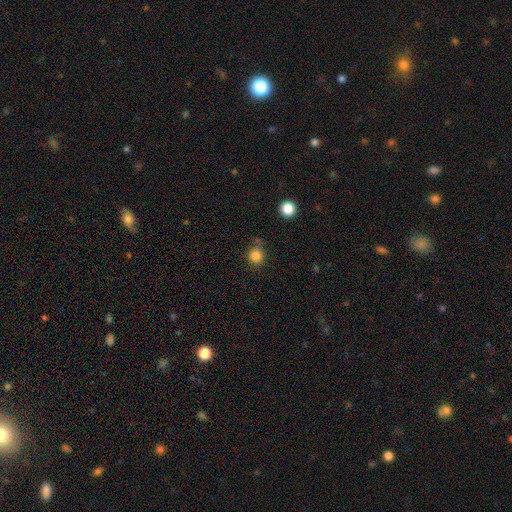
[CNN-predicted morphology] type=smooth (83%); roundness=round (89%); merging=none (73%).